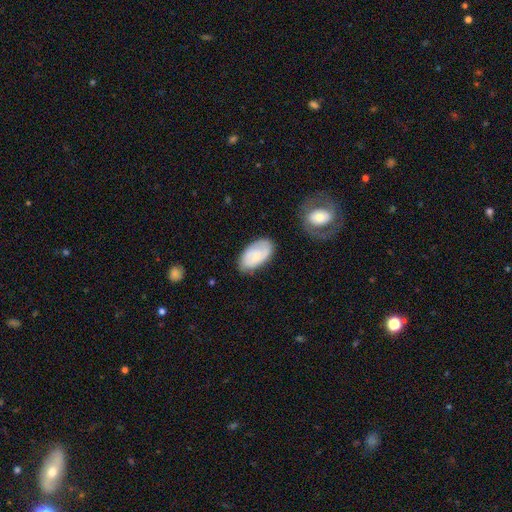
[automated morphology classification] smooth 53%, featured or disk 41%, star or artifact 7%. Down the decision tree: how rounded — in between (93%); merging — none (74%).